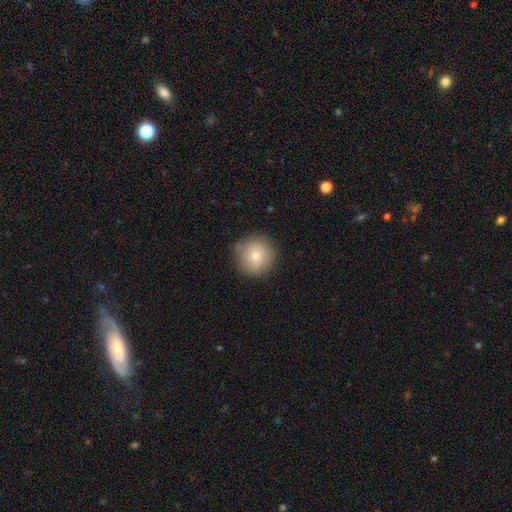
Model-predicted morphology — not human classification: type=smooth (77%); roundness=round (95%); merging=none (83%).